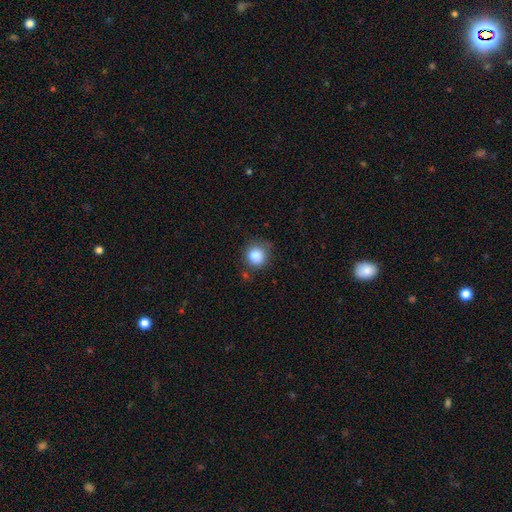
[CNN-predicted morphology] This is clearly a smooth galaxy (86%). How rounded: clearly round (89%). Merging: likely none (74%).